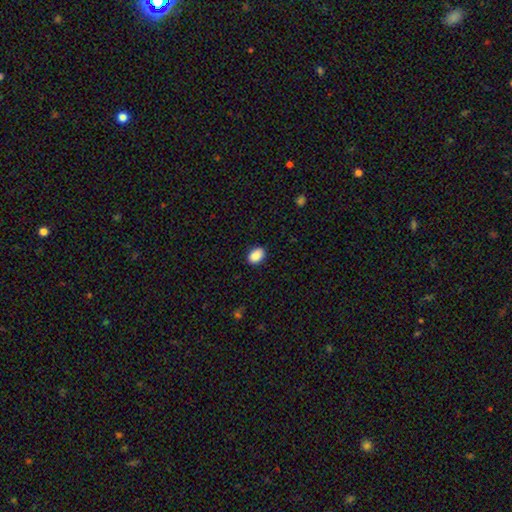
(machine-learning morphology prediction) This is clearly a smooth galaxy (90%). How rounded: clearly in between (82%). Merging: clearly none (87%).